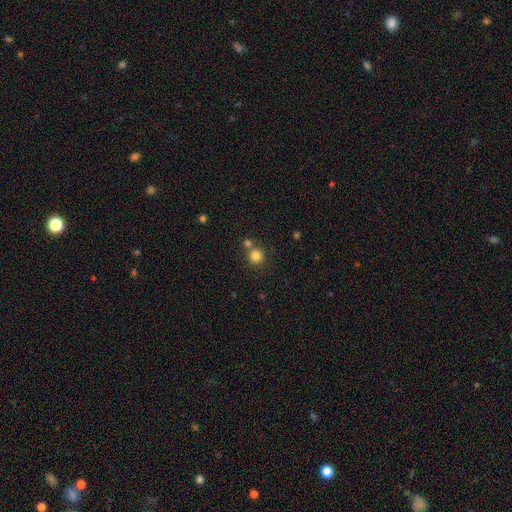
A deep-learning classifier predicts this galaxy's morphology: Smooth or featured? smooth (82%)
How rounded? round (92%)
Merging? none (65%)